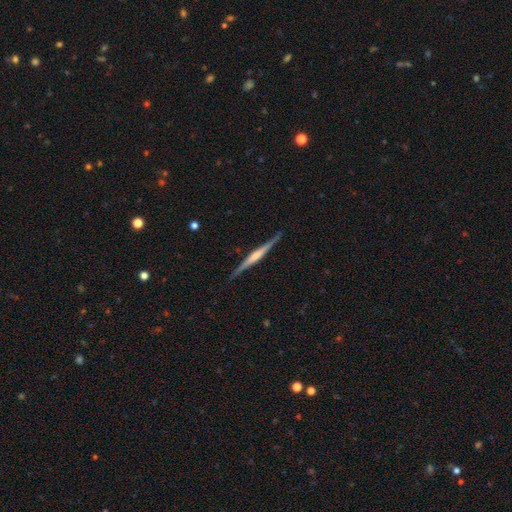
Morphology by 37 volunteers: A featured or disk galaxy (78%) viewed edge-on (100%) with a rounded central bulge (48%).

Vote fractions:
- Smooth or featured? featured or disk: 78% / smooth: 19% / star or artifact: 3%
- Edge-on disk? yes: 100% / no: 0%
- Edge-on bulge? rounded: 48% / none: 31% / boxy: 21%
- Merging? none: 100% / minor disturbance: 0% / major disturbance: 0% / merger: 0%